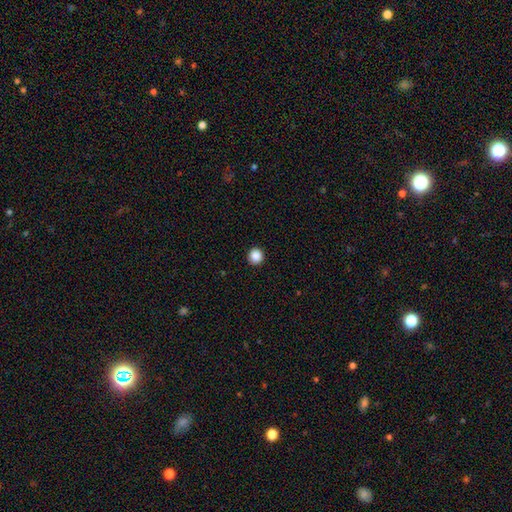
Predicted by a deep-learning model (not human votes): Smooth or featured: smooth — 88% (star or artifact — 10%)
How rounded: round — 95% (in between — 4%)
Merging: none — 94% (minor disturbance — 4%)